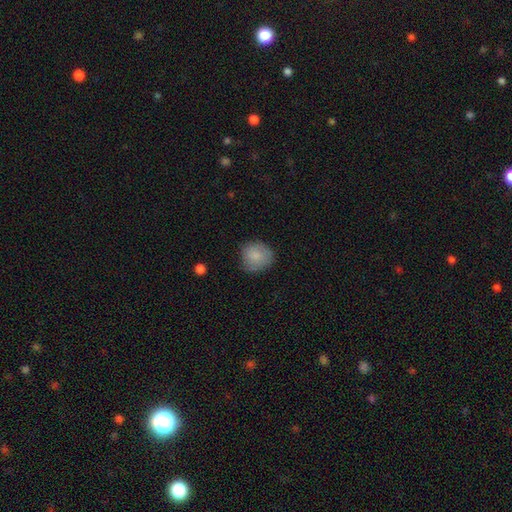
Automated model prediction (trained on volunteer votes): Morphology: type=smooth (84%); roundness=round (79%); merging=none (73%).